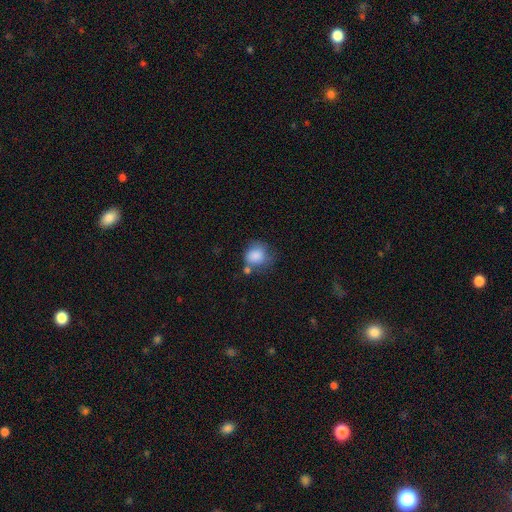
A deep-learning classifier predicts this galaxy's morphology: type=smooth (83%); roundness=round (71%); merging=none (47%).